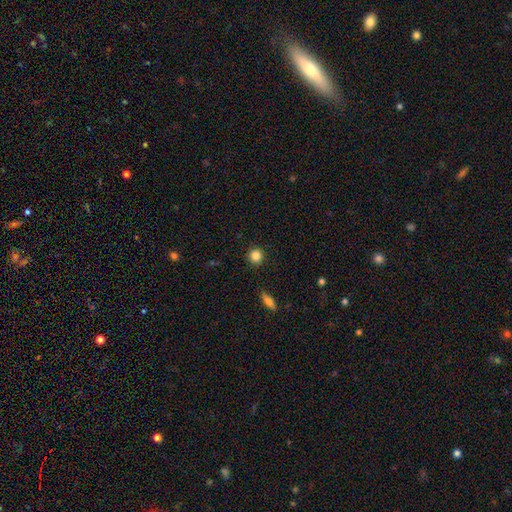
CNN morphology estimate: Smooth or featured? Predicted: smooth (p=0.85). How rounded? Predicted: round (p=0.93). Merging? Predicted: none (p=0.91).